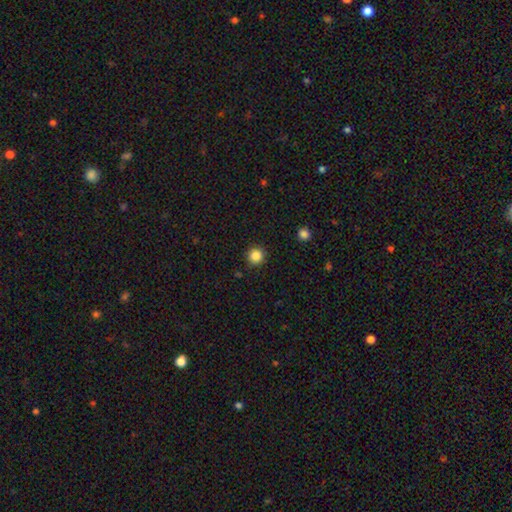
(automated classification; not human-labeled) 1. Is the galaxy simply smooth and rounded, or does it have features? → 85% smooth, 11% star or artifact, 4% featured or disk.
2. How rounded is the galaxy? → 94% round, 5% in between, 1% cigar-shaped.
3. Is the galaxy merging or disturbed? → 91% none, 6% minor disturbance, 2% major disturbance, 1% merger.